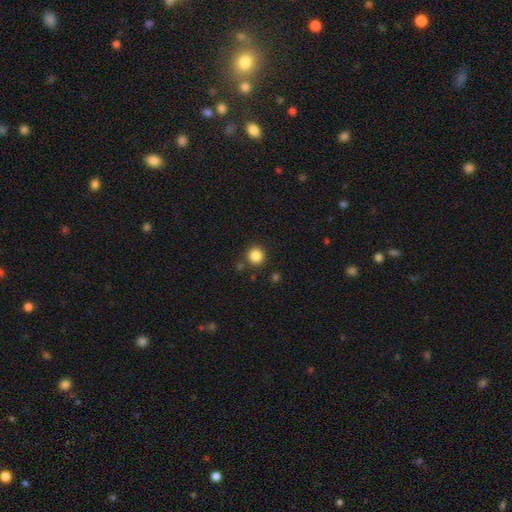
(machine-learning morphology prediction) smooth 86%, star or artifact 11%, featured or disk 4%. Down the decision tree: how rounded — round (92%); merging — none (87%).